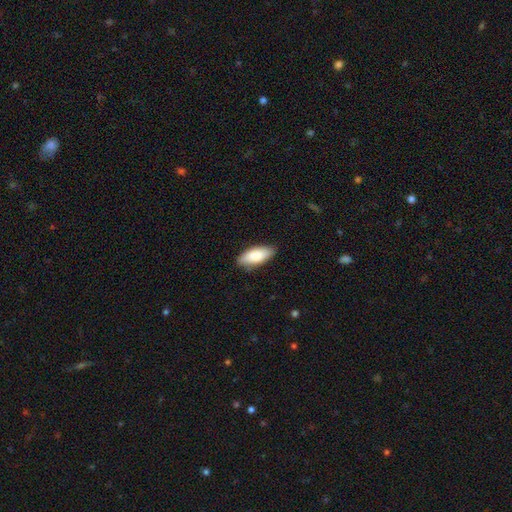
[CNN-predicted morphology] Smooth or featured?
  - smooth: 84% *
  - featured or disk: 11%
  - star or artifact: 5%
How rounded?
  - in between: 81% *
  - cigar-shaped: 17%
  - round: 2%
Merging?
  - none: 85% *
  - minor disturbance: 12%
  - major disturbance: 2%
  - merger: 1%